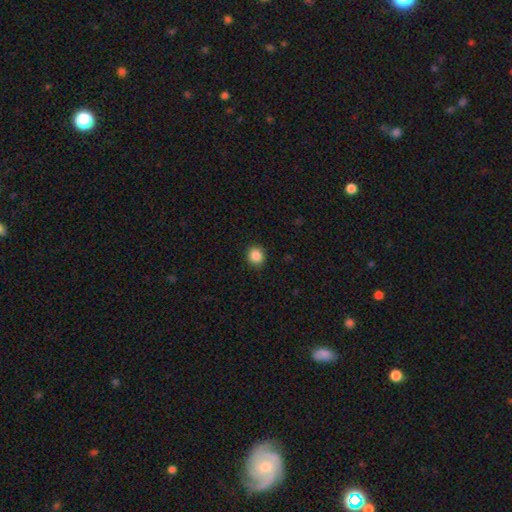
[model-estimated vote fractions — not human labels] Smooth or featured: smooth — 87% (star or artifact — 9%)
How rounded: round — 84% (in between — 15%)
Merging: none — 92% (minor disturbance — 6%)